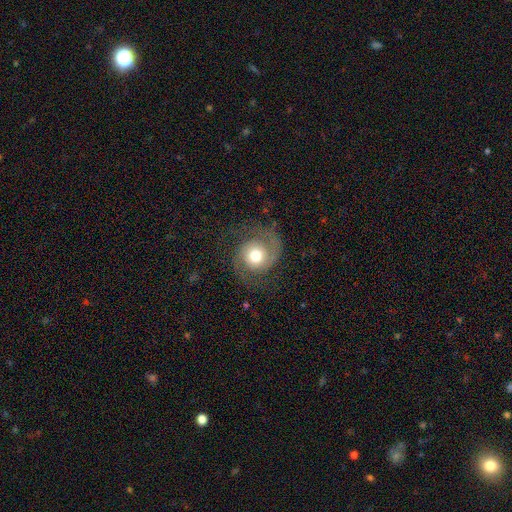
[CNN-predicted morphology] Smooth or featured? Predicted: featured or disk (p=0.82). Edge-on disk? Predicted: no (p=0.98). Bar? Predicted: no (p=0.74). Spiral arms? Predicted: yes (p=0.96). Spiral winding? Predicted: medium (p=0.52). Spiral arm count? Predicted: 2 (p=0.91). Bulge size? Predicted: moderate (p=0.62). Merging? Predicted: none (p=0.75).